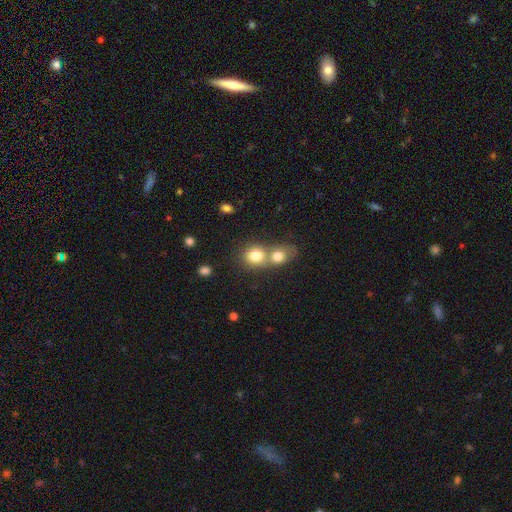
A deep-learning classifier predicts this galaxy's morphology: A smooth galaxy with no disk features (79%) that is round (71%).

Vote fractions:
- Smooth or featured? smooth: 79% / featured or disk: 11% / star or artifact: 10%
- How rounded? round: 71% / in between: 28% / cigar-shaped: 1%
- Merging? merger: 58% / none: 33% / minor disturbance: 6% / major disturbance: 3%